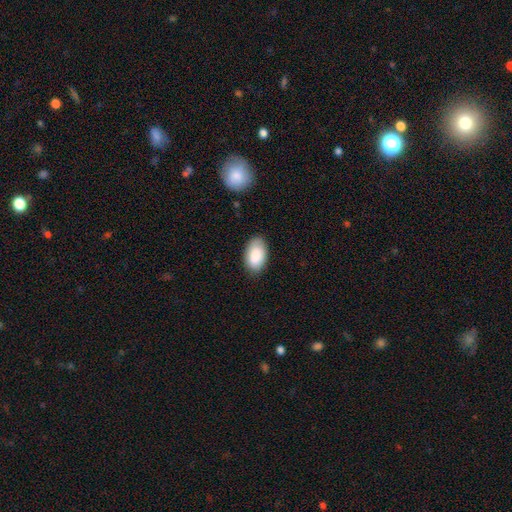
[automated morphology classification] The model was most divided on "merging": none: 82%, minor disturbance: 14%, major disturbance: 3%, merger: 1%. More confident: how rounded — in between (95%); smooth or featured — smooth (88%).